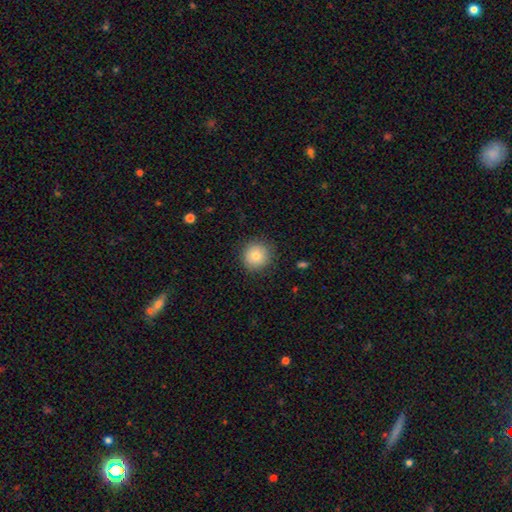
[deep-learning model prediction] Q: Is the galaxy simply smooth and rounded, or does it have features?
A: smooth — 81%.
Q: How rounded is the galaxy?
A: round — 93%.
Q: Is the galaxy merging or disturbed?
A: none — 87%.